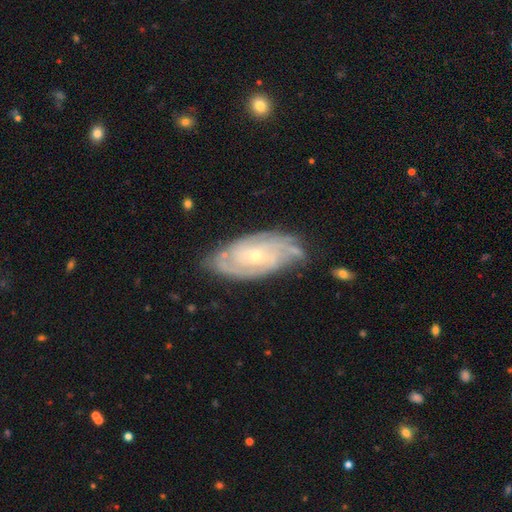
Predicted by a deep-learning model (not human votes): This appears to be a featured or disk galaxy (85%) with no bar (68%), tight (66%) spiral arms (96%) and a small central bulge (69%). Merging: none (72%).